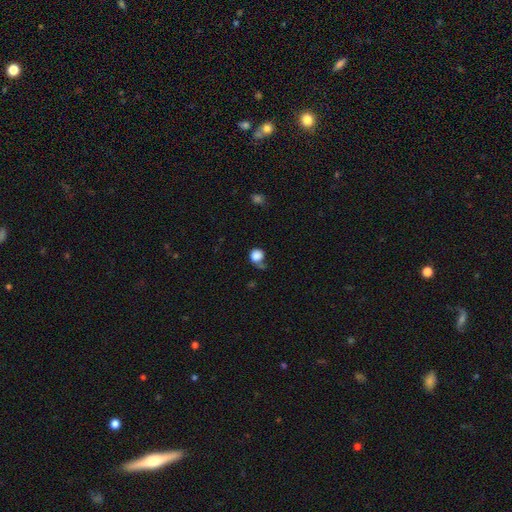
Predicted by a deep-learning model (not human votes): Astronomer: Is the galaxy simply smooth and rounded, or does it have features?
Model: smooth — 84%.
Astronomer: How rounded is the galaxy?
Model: round — 87%.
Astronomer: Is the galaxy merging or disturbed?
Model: none — 49%.